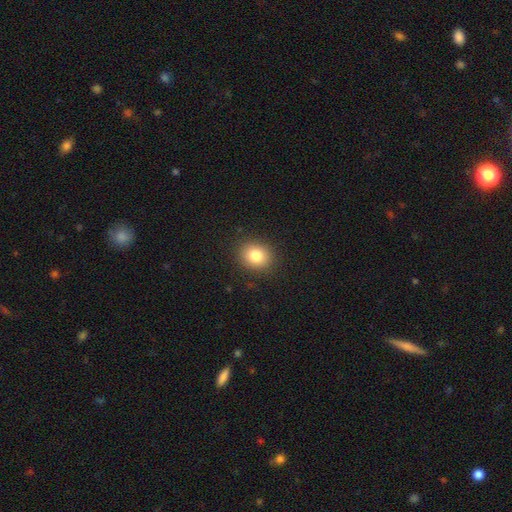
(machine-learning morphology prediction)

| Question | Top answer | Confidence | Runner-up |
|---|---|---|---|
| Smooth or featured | smooth | 82% | star or artifact (11%) |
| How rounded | round | 69% | in between (30%) |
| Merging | none | 89% | minor disturbance (7%) |